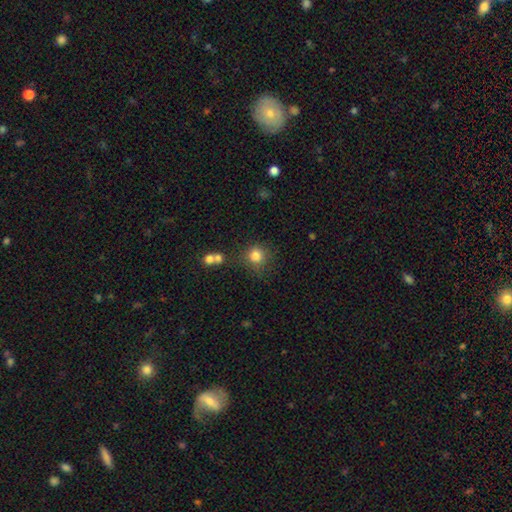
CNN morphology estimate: smooth-or-featured: smooth: 82% | star or artifact: 12% | featured or disk: 6%
  how-rounded: round: 89% | in between: 10% | cigar-shaped: 1%
  merging: none: 71% | minor disturbance: 13% | merger: 10% | major disturbance: 5%